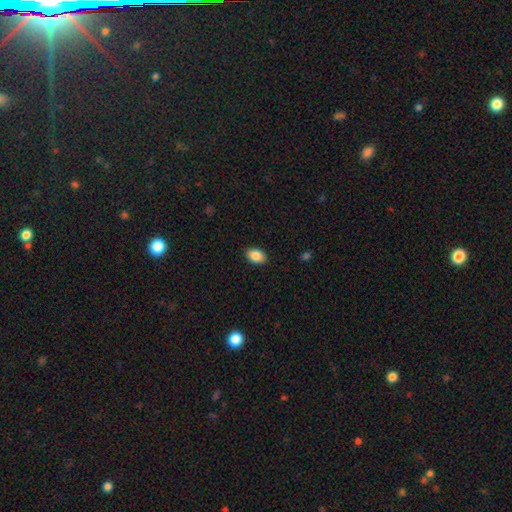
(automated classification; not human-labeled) Smooth or featured: smooth — 87% (star or artifact — 8%)
How rounded: in between — 87% (round — 11%)
Merging: none — 89% (minor disturbance — 8%)